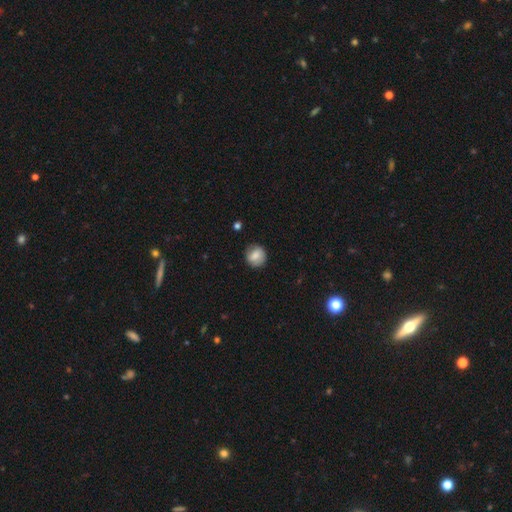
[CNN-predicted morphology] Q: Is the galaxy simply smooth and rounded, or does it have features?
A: smooth — 76%.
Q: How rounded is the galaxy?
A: round — 82%.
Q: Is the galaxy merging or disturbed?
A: none — 79%.